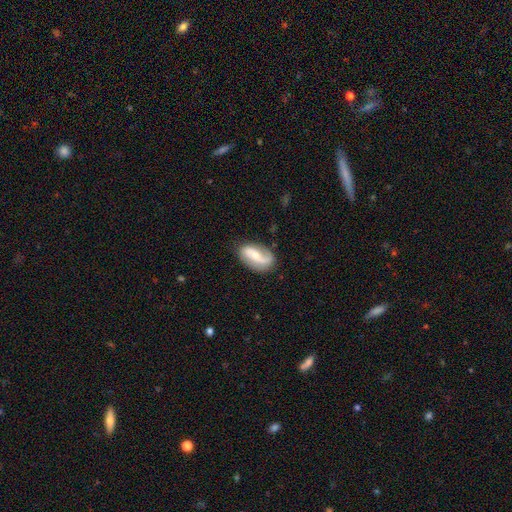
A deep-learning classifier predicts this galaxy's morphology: smooth_or_featured: featured or disk (p=0.74) [alt: smooth p=0.20]
disk_edge_on: no (p=0.95) [alt: yes p=0.05]
bar: weak (p=0.36) [alt: no p=0.33]
has_spiral_arms: yes (p=0.92) [alt: no p=0.08]
spiral_winding: loose (p=0.61) [alt: medium p=0.27]
spiral_arm_count: 2 (p=0.80) [alt: 1 p=0.13]
bulge_size: small (p=0.47) [alt: moderate p=0.45]
merging: none (p=0.75) [alt: minor disturbance p=0.18]